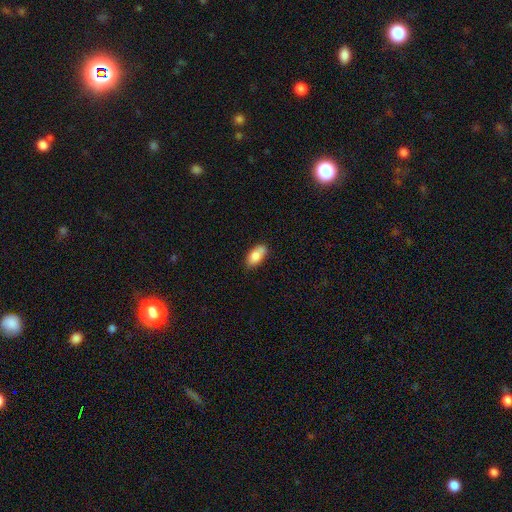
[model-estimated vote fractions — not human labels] Smooth or featured: smooth — 83% (featured or disk — 10%)
How rounded: in between — 90% (cigar-shaped — 7%)
Merging: none — 69% (minor disturbance — 22%)